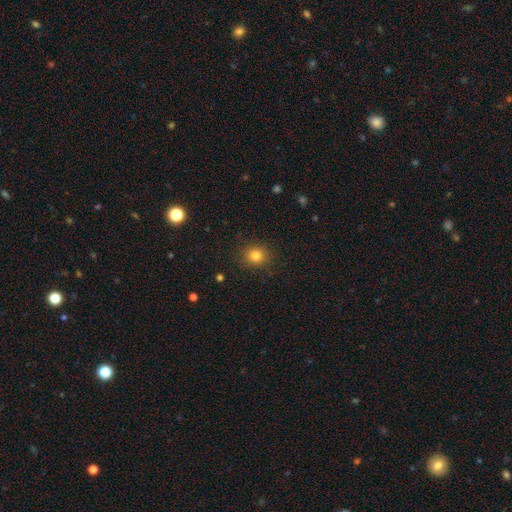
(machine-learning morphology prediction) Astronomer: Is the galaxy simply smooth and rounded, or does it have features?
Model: smooth — 81%.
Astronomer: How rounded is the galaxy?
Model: round — 84%.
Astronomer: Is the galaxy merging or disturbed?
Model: none — 88%.